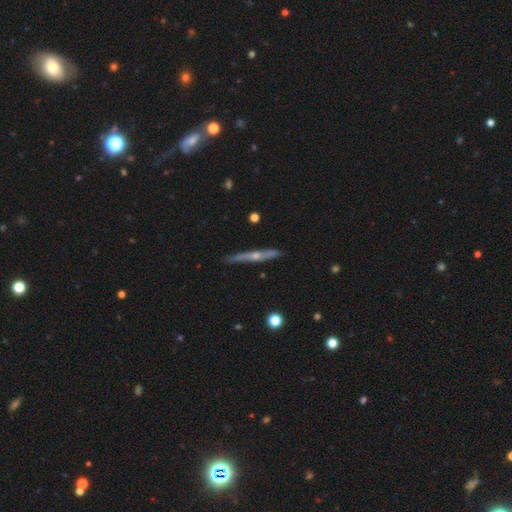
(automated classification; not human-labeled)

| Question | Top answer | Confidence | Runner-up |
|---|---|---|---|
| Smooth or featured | featured or disk | 71% | smooth (23%) |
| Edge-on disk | yes | 96% | no (4%) |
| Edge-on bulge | rounded | 78% | none (18%) |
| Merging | none | 85% | minor disturbance (12%) |